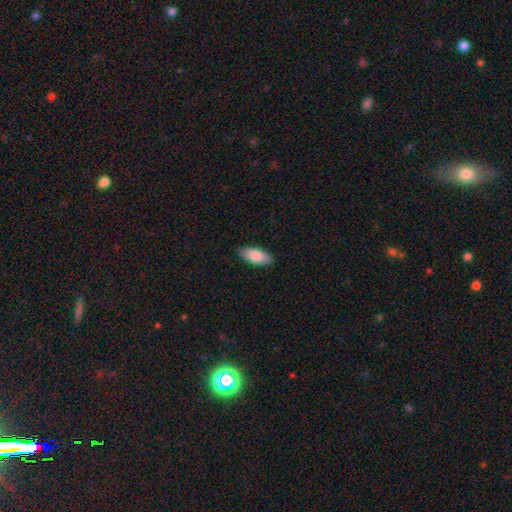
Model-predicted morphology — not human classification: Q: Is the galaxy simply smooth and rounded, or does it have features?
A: smooth — 83%.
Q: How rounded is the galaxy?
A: in between — 85%.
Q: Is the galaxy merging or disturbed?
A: none — 88%.